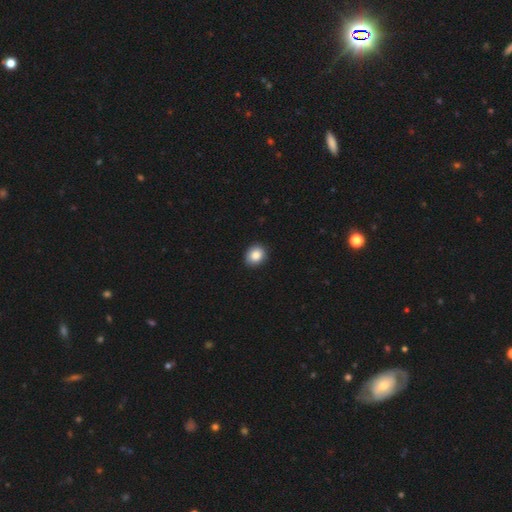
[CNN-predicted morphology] type=smooth (86%); roundness=round (60%); merging=none (88%).